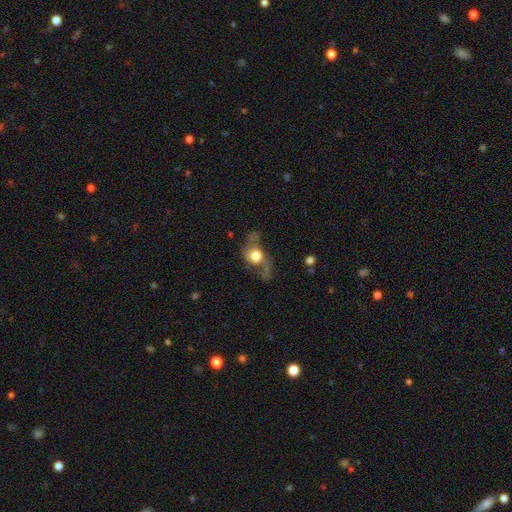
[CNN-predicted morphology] A featured or disk galaxy (50%).

Vote fractions:
- Smooth or featured? featured or disk: 50% / smooth: 41% / star or artifact: 9%
- Edge-on disk? no: 86% / yes: 14%
- Merging? major disturbance: 42% / none: 35% / minor disturbance: 19% / merger: 4%